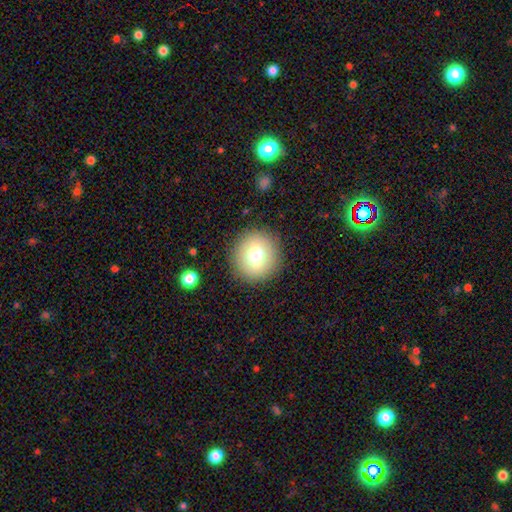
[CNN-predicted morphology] This appears to be a smooth galaxy with no disk features (75%) that is round (94%). Merging: none (90%).